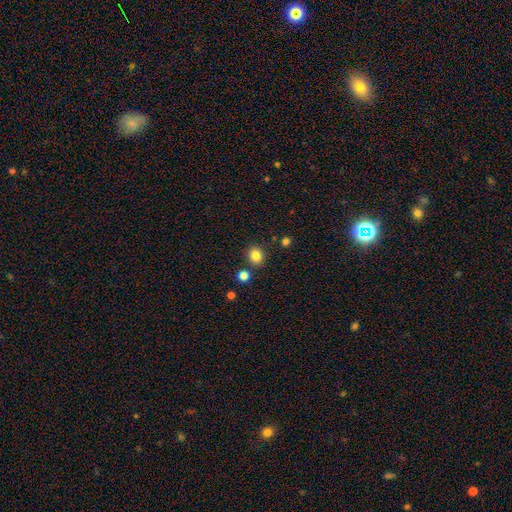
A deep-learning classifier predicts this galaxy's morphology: Smooth or featured? smooth (84%)
How rounded? round (77%)
Merging? none (84%)